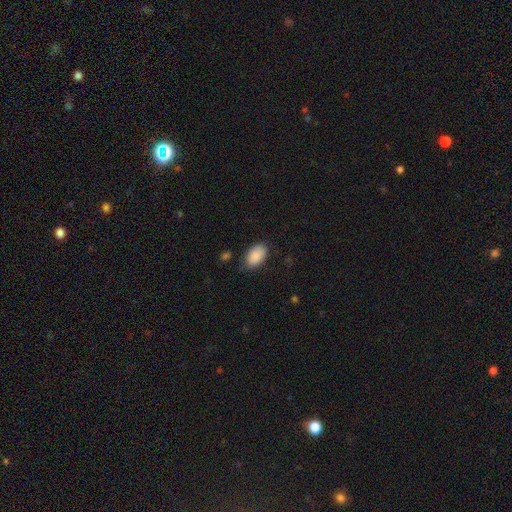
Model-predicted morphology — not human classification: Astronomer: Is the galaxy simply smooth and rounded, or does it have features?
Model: smooth — 89%.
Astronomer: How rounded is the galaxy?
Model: in between — 94%.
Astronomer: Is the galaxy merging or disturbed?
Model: none — 75%.